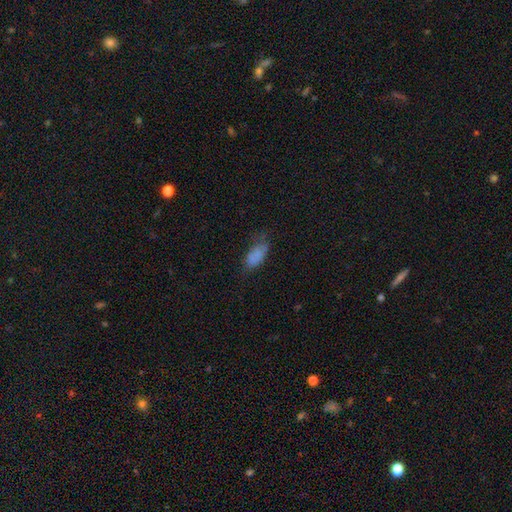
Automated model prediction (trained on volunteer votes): A smooth galaxy with no disk features (77%) that is in between round and cigar-shaped (88%).

Vote fractions:
- Smooth or featured? smooth: 77% / featured or disk: 12% / star or artifact: 11%
- How rounded? in between: 88% / cigar-shaped: 9% / round: 3%
- Merging? none: 47% / minor disturbance: 33% / major disturbance: 17% / merger: 3%